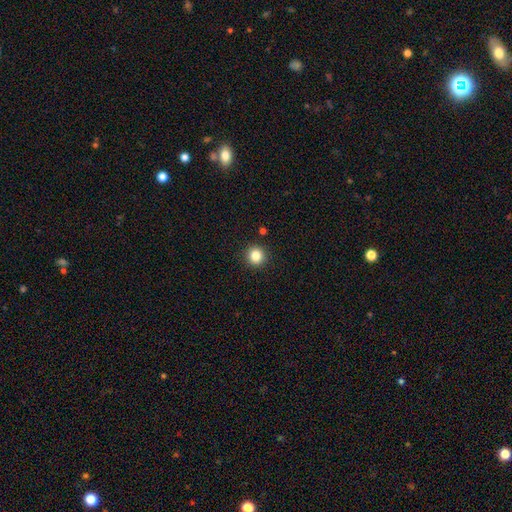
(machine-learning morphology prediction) The model was most divided on "smooth or featured": smooth: 83%, star or artifact: 12%, featured or disk: 5%. More confident: how rounded — round (94%); merging — none (92%).